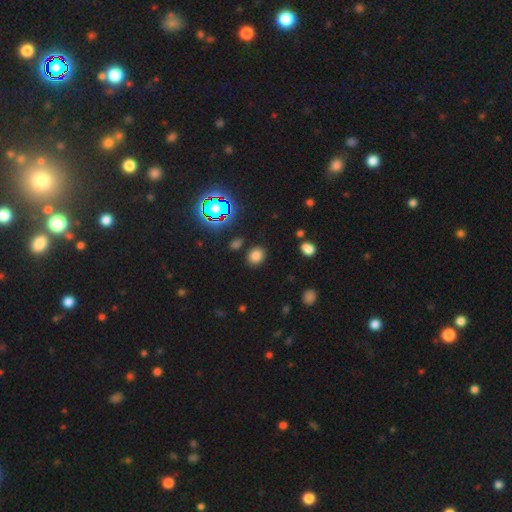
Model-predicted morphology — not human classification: Smooth or featured: smooth — 76% (star or artifact — 18%)
How rounded: round — 64% (in between — 35%)
Merging: none — 86% (minor disturbance — 9%)